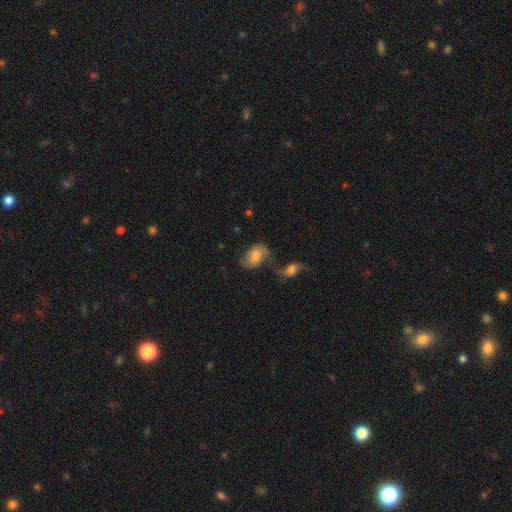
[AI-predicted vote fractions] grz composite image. It shows a smooth galaxy with no disk features (49%). Merging: merger (36%).